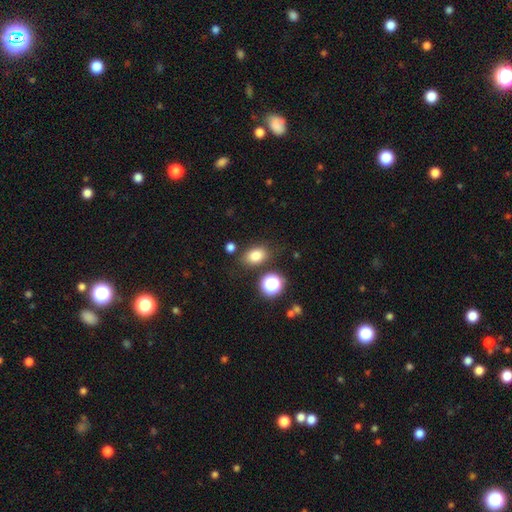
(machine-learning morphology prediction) A smooth galaxy with no disk features (79%) that is in between round and cigar-shaped (74%). Merging: none (78%).